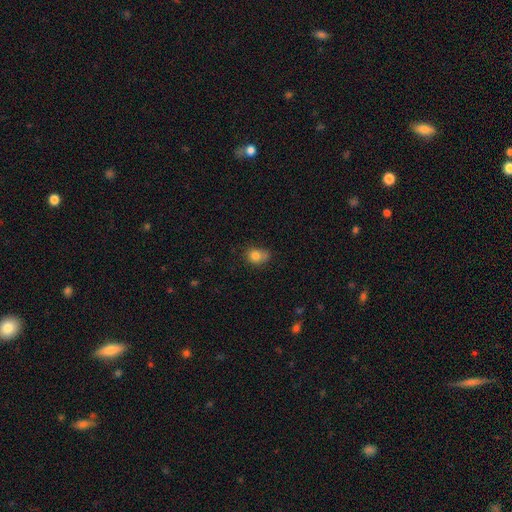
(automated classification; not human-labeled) smooth 81%, star or artifact 11%, featured or disk 8%. Down the decision tree: how rounded — round (58%); merging — none (50%).